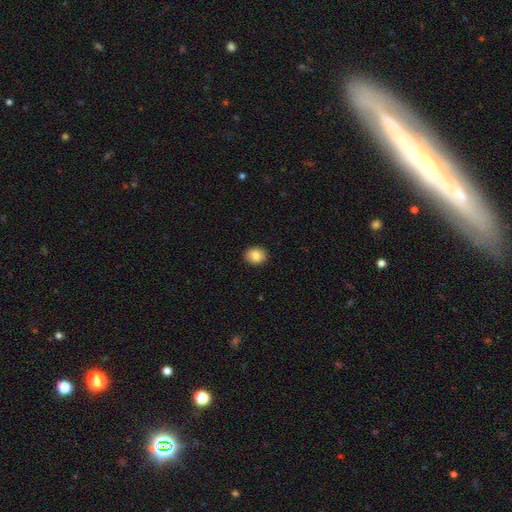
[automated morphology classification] A smooth galaxy with no disk features (85%) that is round (63%). Merging: none (92%).